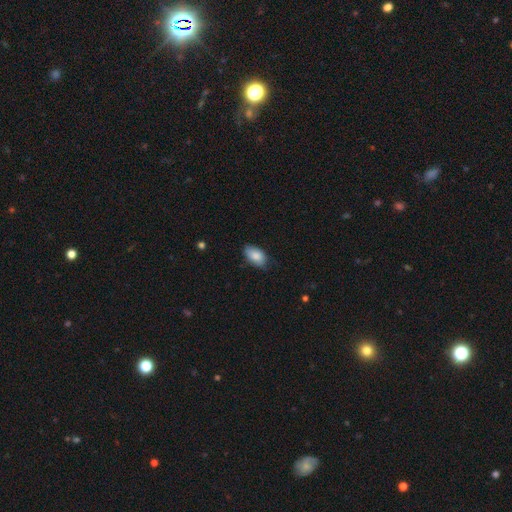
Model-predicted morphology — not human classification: Smooth or featured? Predicted: smooth (p=0.85). How rounded? Predicted: in between (p=0.93). Merging? Predicted: none (p=0.73).